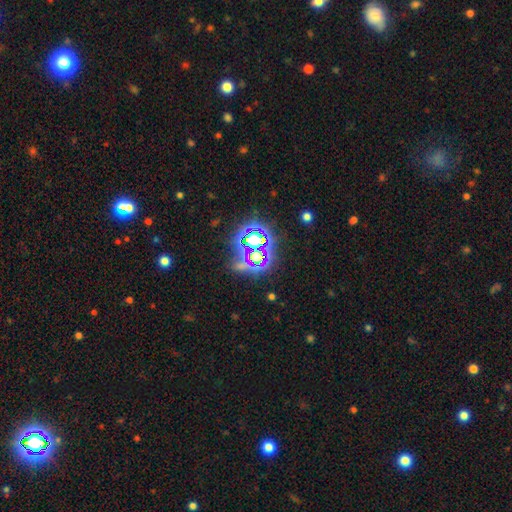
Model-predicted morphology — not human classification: Smooth or featured? Predicted: star or artifact (p=0.71).